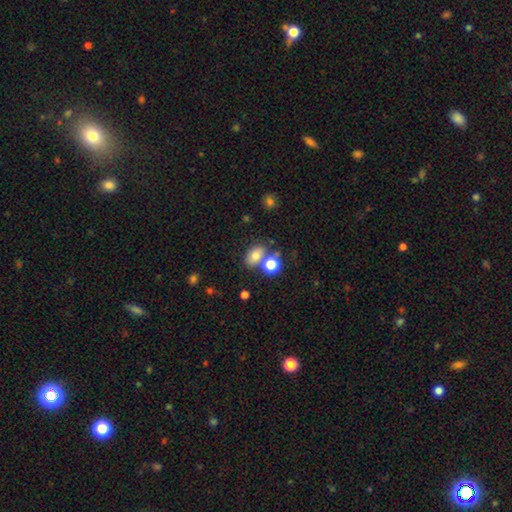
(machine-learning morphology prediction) A smooth galaxy with no disk features (76%) that is in between round and cigar-shaped (76%). Merging: none (60%).